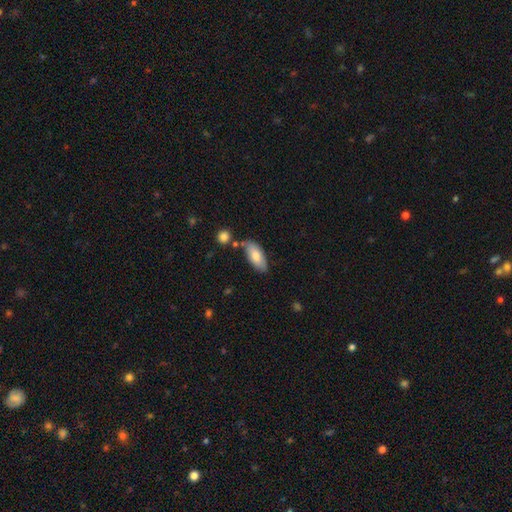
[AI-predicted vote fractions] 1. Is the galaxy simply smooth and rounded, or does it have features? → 77% smooth, 17% featured or disk, 6% star or artifact.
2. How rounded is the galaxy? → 85% in between, 13% cigar-shaped, 2% round.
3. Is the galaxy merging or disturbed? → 76% none, 15% minor disturbance, 6% merger, 3% major disturbance.